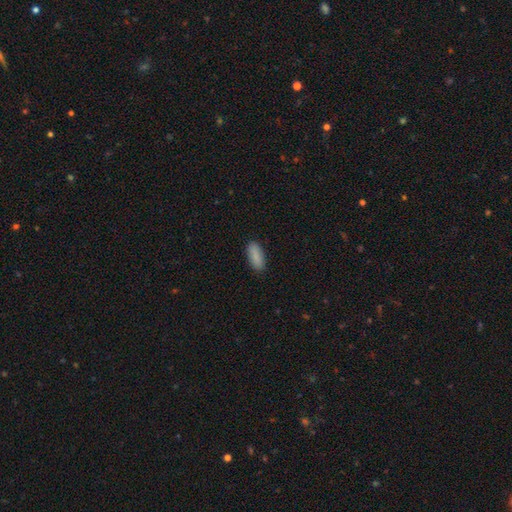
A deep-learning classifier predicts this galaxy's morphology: The model was most divided on "how rounded": in between: 80%, cigar-shaped: 19%, round: 2%. More confident: smooth or featured — smooth (89%); merging — none (89%).